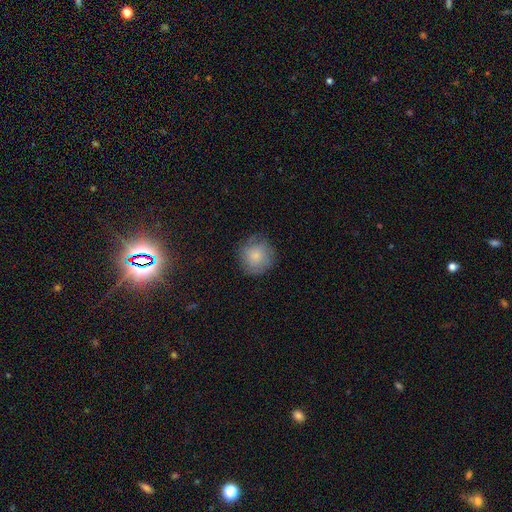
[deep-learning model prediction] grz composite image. It shows a smooth galaxy with no disk features (72%) that is round (93%). Merging: none (79%).